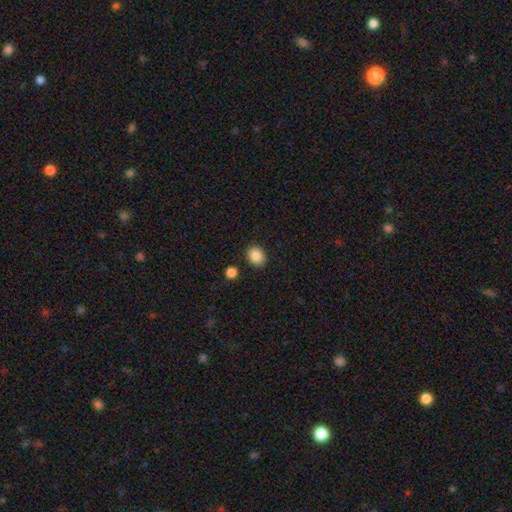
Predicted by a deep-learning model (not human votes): smooth-or-featured: smooth: 87% | star or artifact: 9% | featured or disk: 4%
  how-rounded: round: 68% | in between: 31% | cigar-shaped: 1%
  merging: none: 89% | minor disturbance: 7% | merger: 3% | major disturbance: 2%